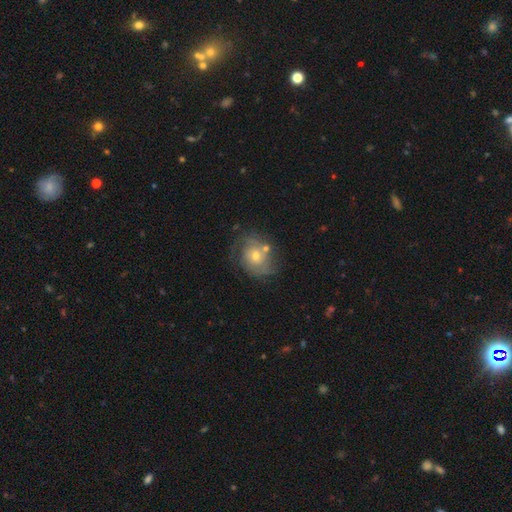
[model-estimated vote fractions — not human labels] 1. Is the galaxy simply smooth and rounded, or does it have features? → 59% featured or disk, 32% smooth, 10% star or artifact.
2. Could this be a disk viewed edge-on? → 97% no, 3% yes.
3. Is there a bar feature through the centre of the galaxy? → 80% no, 17% weak, 3% strong.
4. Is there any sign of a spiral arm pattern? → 76% yes, 24% no.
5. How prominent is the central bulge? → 55% moderate, 39% small, 4% large, 2% none, 1% dominant.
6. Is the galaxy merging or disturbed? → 57% none, 21% minor disturbance, 12% major disturbance, 9% merger.